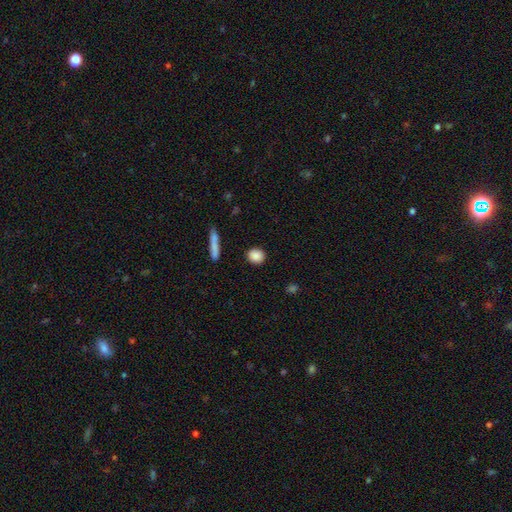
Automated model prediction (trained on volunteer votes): smooth 88%, star or artifact 8%, featured or disk 5%. Down the decision tree: how rounded — round (75%); merging — none (89%).